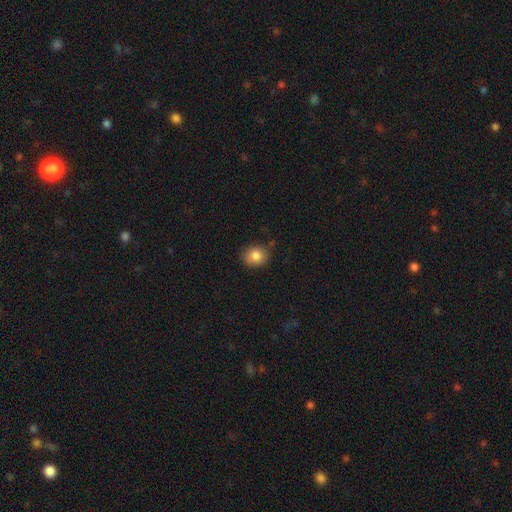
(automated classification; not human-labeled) This is clearly a smooth galaxy (84%). How rounded: likely round (66%). Merging: clearly none (80%).